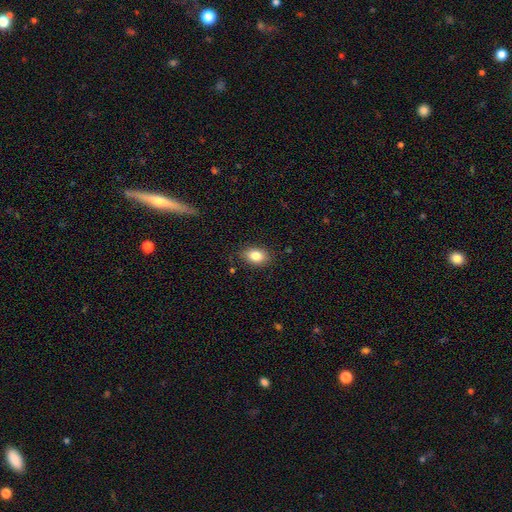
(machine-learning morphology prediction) Smooth or featured: smooth — 85% (star or artifact — 8%)
How rounded: in between — 83% (round — 15%)
Merging: none — 85% (minor disturbance — 11%)